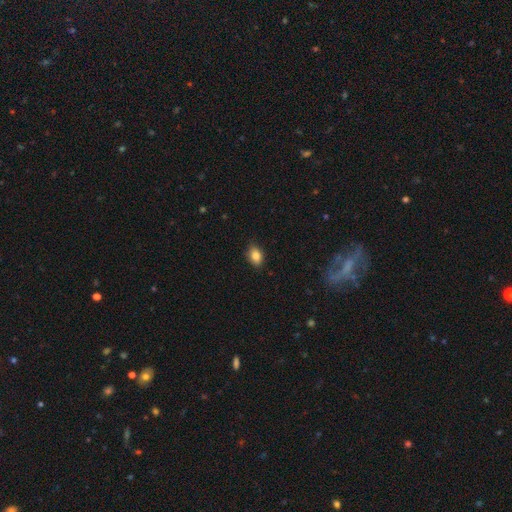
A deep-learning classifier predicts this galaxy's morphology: smooth-or-featured: smooth: 85% | star or artifact: 9% | featured or disk: 6%
  how-rounded: in between: 80% | round: 18% | cigar-shaped: 2%
  merging: none: 83% | minor disturbance: 13% | major disturbance: 2% | merger: 1%